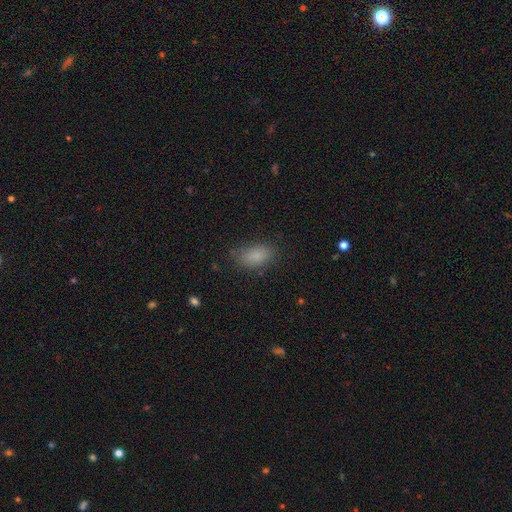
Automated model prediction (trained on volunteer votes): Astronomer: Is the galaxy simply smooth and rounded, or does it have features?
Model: smooth — 85%.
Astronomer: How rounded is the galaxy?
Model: in between — 90%.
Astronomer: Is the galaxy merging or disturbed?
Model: none — 81%.